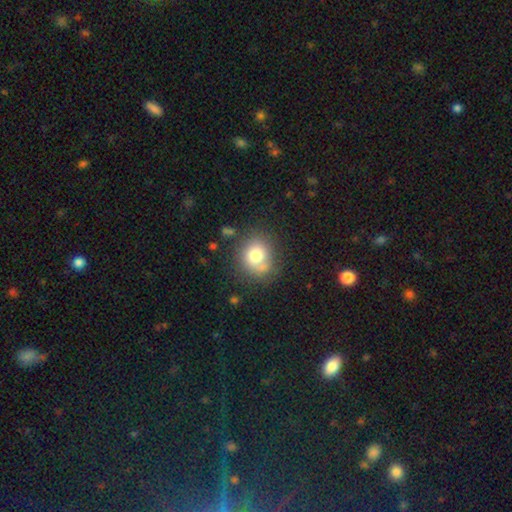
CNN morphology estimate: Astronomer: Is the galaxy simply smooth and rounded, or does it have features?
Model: smooth — 75%.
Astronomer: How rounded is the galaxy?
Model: round — 72%.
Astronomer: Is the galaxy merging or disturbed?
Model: none — 64%.